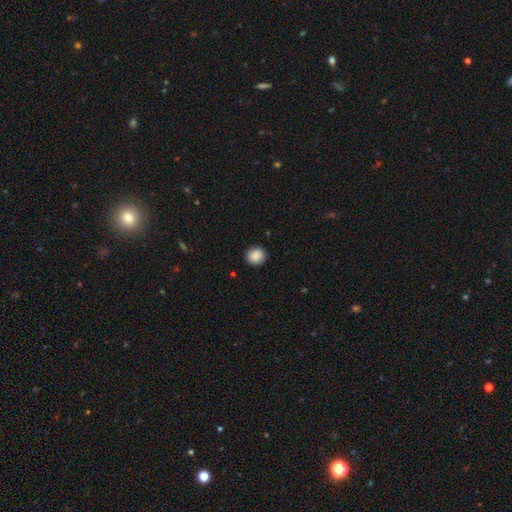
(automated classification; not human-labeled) Smooth or featured? smooth (88%)
How rounded? round (90%)
Merging? none (90%)